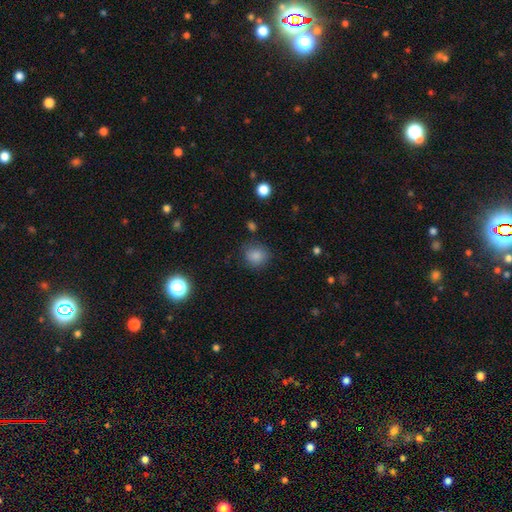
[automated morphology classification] smooth_or_featured: smooth (p=0.85) [alt: star or artifact p=0.11]
how_rounded: round (p=0.82) [alt: in between p=0.17]
merging: none (p=0.79) [alt: minor disturbance p=0.14]